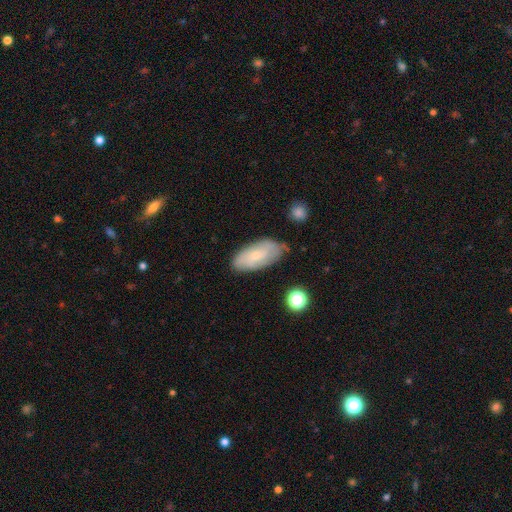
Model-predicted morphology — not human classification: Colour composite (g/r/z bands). It shows a smooth galaxy with no disk features (51%) that is in between round and cigar-shaped (89%). Merging: none (72%).